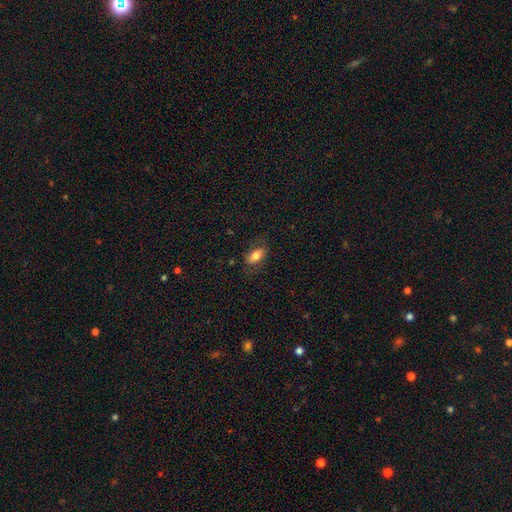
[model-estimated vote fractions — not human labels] Morphology: type=smooth (74%); roundness=in between (86%); merging=none (76%).